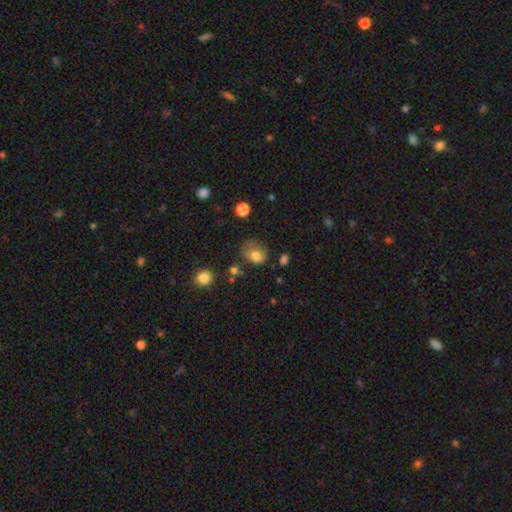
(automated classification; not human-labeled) smooth_or_featured: smooth (p=0.73) [alt: featured or disk p=0.16]
how_rounded: in between (p=0.53) [alt: round p=0.46]
merging: none (p=0.43) [alt: minor disturbance p=0.30]